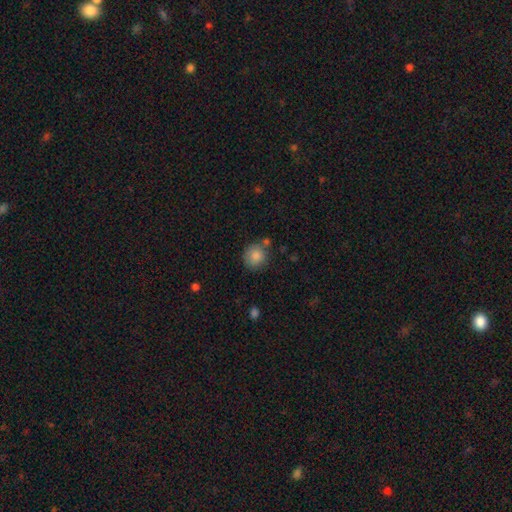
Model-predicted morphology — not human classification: A smooth galaxy with no disk features (85%) that is round (86%).

Vote fractions:
- Smooth or featured? smooth: 85% / star or artifact: 8% / featured or disk: 7%
- How rounded? round: 86% / in between: 13% / cigar-shaped: 1%
- Merging? none: 70% / minor disturbance: 15% / merger: 10% / major disturbance: 4%